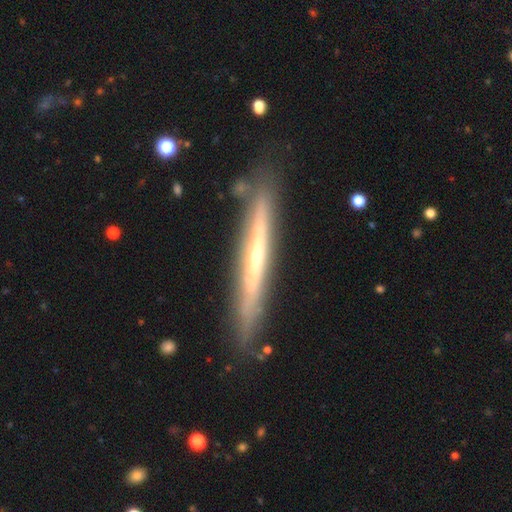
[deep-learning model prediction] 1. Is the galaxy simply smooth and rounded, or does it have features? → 74% featured or disk, 20% smooth, 5% star or artifact.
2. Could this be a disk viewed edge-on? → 93% yes, 7% no.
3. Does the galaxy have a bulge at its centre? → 55% rounded, 41% none, 4% boxy.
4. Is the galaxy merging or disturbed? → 83% none, 12% minor disturbance, 2% major disturbance, 2% merger.